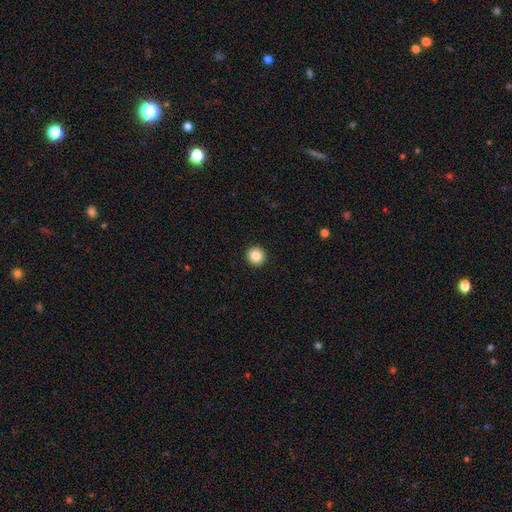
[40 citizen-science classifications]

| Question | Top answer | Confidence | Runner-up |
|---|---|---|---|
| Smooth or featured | smooth | 85% | star or artifact (10%) |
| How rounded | round | 94% | in between (6%) |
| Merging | none | 94% | minor disturbance (3%) |